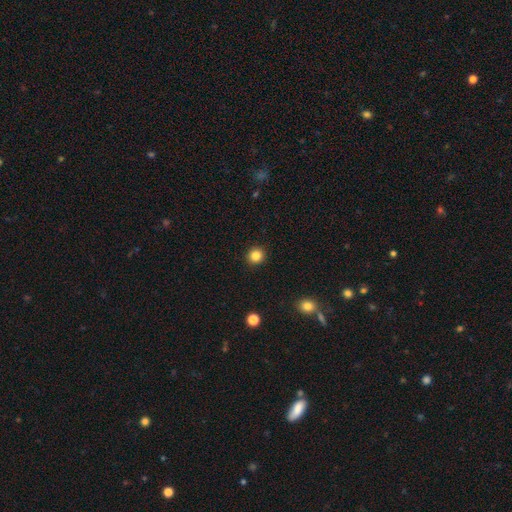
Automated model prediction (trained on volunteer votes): A smooth galaxy with no disk features (85%) that is round (91%). Merging: none (93%).